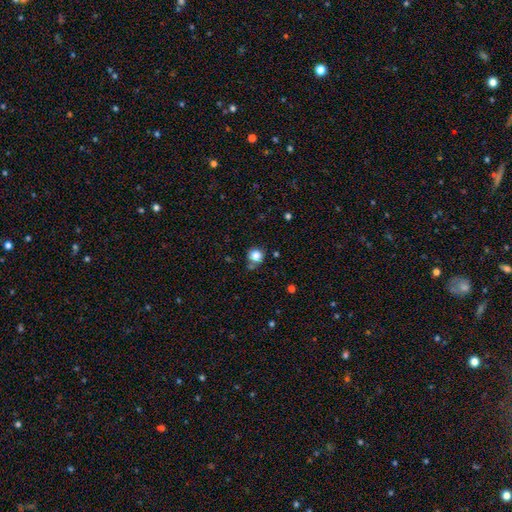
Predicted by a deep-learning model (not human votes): This is clearly a smooth galaxy (84%). How rounded: clearly round (92%). Merging: likely none (77%).